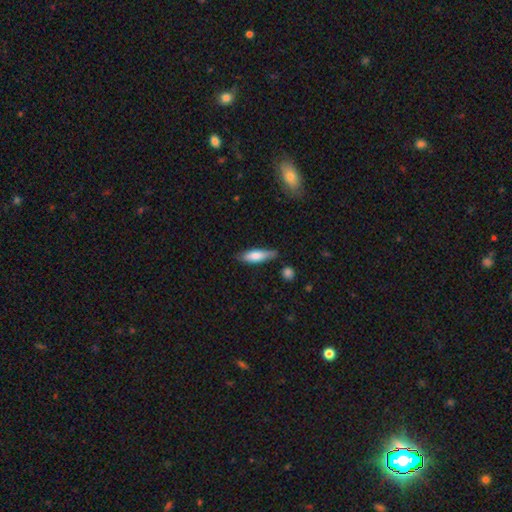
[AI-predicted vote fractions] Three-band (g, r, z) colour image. It shows a smooth galaxy with no disk features (76%) that is cigar-shaped (53%). Merging: none (71%).